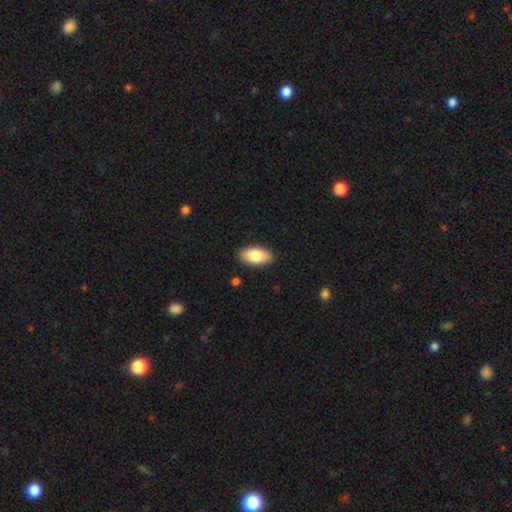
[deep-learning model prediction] smooth-or-featured: smooth: 83% | featured or disk: 10% | star or artifact: 6%
  how-rounded: in between: 94% | cigar-shaped: 3% | round: 3%
  merging: none: 88% | minor disturbance: 9% | major disturbance: 2% | merger: 1%